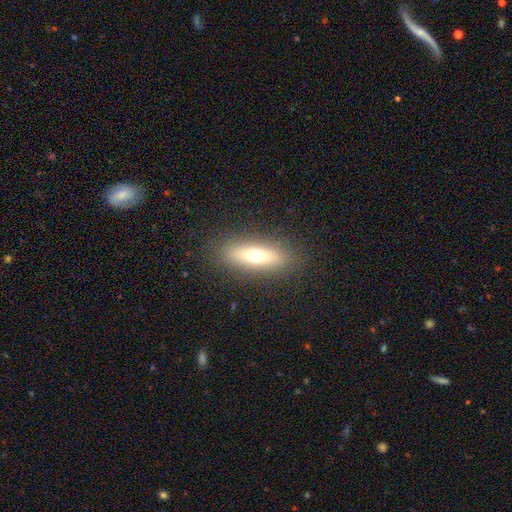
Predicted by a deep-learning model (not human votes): Smooth or featured?
  - smooth: 59% *
  - featured or disk: 32%
  - star or artifact: 8%
How rounded?
  - cigar-shaped: 53% *
  - in between: 43%
  - round: 3%
Merging?
  - none: 88% *
  - minor disturbance: 8%
  - major disturbance: 3%
  - merger: 1%